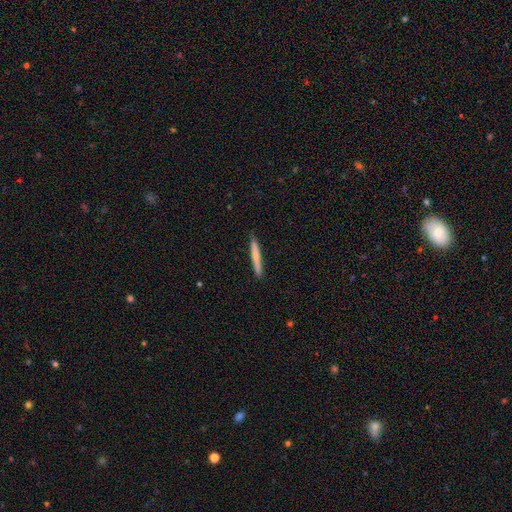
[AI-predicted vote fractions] Smooth or featured?
  - smooth: 63% *
  - featured or disk: 32%
  - star or artifact: 6%
How rounded?
  - cigar-shaped: 96% *
  - in between: 3%
  - round: 1%
Merging?
  - none: 88% *
  - minor disturbance: 10%
  - major disturbance: 1%
  - merger: 1%